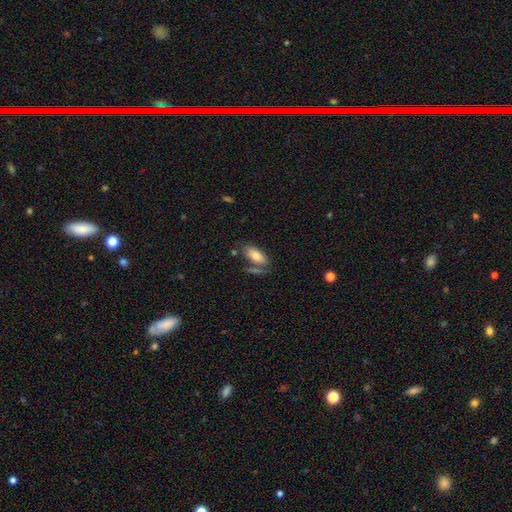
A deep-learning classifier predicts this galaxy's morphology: This is likely a smooth galaxy (78%). How rounded: clearly in between (88%). Merging: likely none (60%).